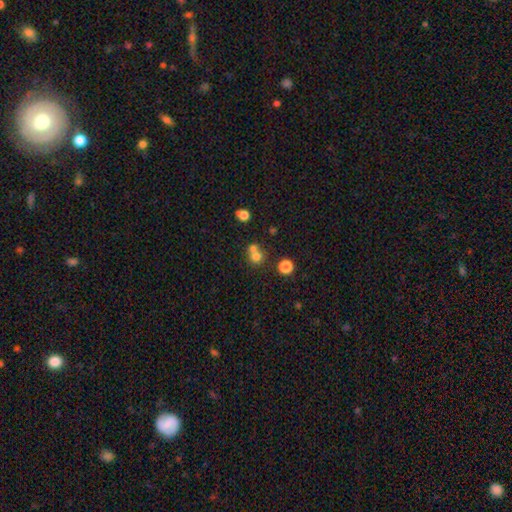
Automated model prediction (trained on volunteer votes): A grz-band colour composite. It shows a smooth galaxy with no disk features (72%) that is round (85%). Merging: merger (48%).